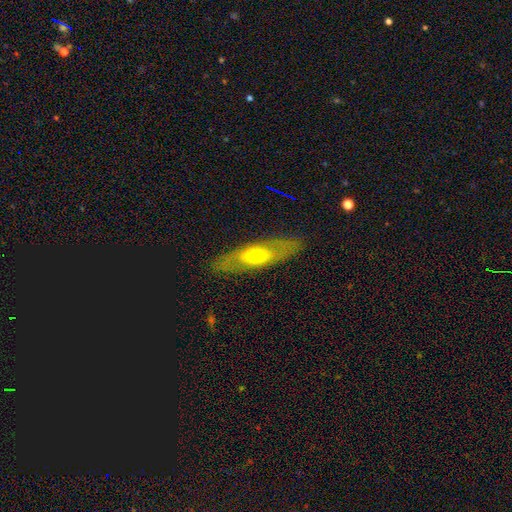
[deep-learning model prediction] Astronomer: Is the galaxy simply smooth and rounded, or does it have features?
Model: featured or disk — 51% (runner-up: smooth, 43%).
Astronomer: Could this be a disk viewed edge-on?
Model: no — 62% (runner-up: yes, 38%).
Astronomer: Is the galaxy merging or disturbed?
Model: none — 84%.